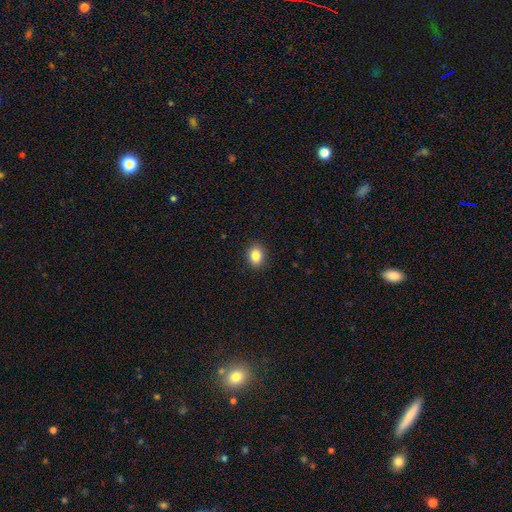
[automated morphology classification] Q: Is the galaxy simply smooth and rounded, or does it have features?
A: smooth — 85%.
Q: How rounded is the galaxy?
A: in between — 52%.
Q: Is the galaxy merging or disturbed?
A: none — 90%.